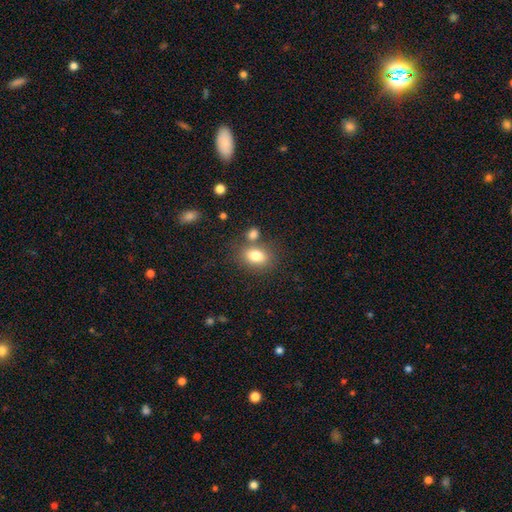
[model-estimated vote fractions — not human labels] Smooth or featured? smooth (81%)
How rounded? in between (76%)
Merging? none (64%)